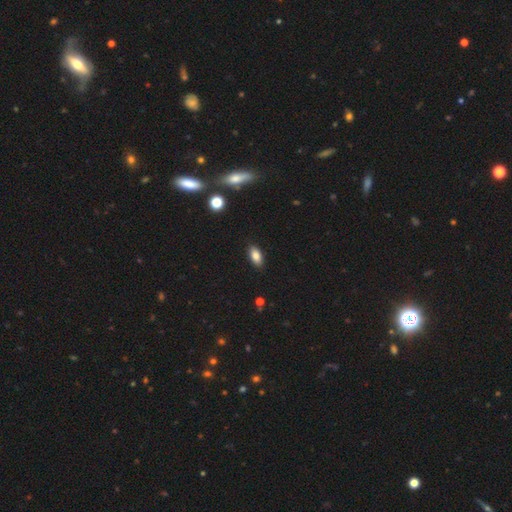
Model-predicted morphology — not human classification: Smooth or featured? Predicted: smooth (p=0.84). How rounded? Predicted: in between (p=0.90). Merging? Predicted: none (p=0.88).